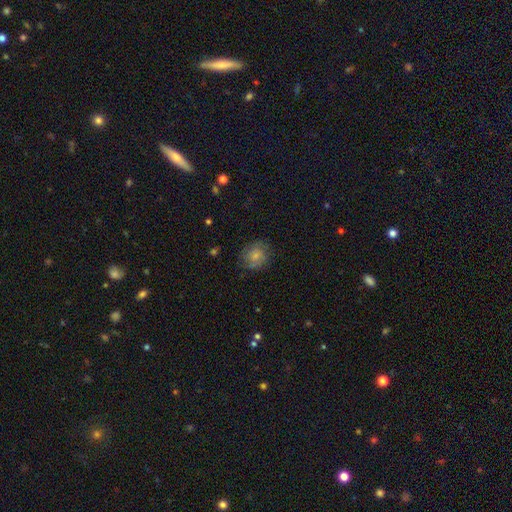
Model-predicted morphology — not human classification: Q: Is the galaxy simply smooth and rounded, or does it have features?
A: smooth — 73%.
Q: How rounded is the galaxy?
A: round — 79%.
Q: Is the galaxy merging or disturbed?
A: none — 74%.